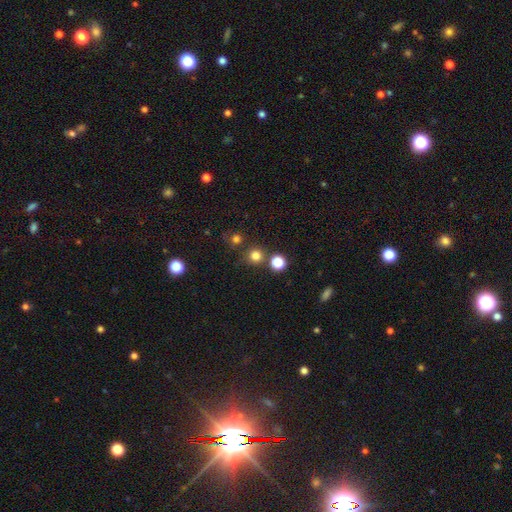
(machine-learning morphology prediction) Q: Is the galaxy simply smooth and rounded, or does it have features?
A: smooth — 77%.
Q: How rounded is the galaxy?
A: round — 94%.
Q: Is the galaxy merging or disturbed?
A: none — 78%.